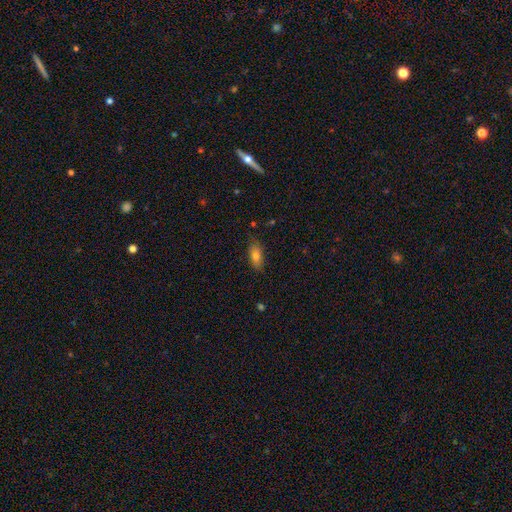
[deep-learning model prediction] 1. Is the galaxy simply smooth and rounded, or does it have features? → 75% smooth, 17% featured or disk, 8% star or artifact.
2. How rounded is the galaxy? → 81% in between, 15% cigar-shaped, 4% round.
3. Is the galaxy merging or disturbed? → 78% none, 18% minor disturbance, 3% major disturbance, 1% merger.